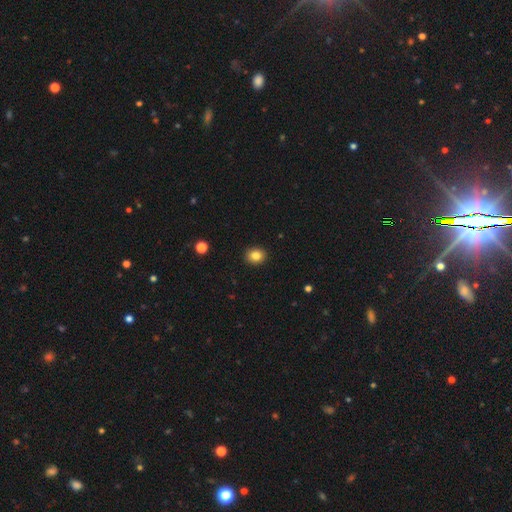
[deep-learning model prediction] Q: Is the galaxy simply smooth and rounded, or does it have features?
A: smooth — 83%.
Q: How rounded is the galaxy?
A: round — 64%.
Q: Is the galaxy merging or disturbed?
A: none — 91%.